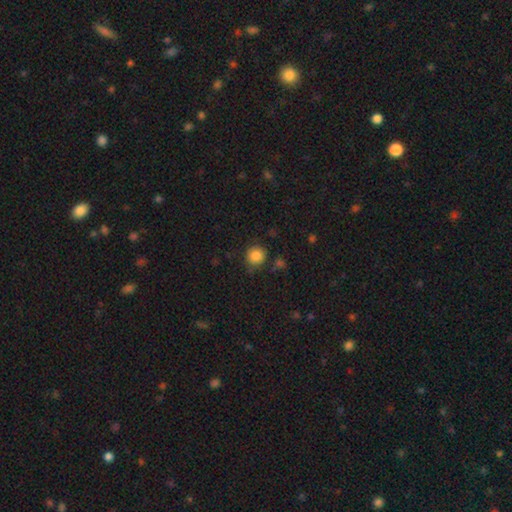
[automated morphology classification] Smooth or featured?
  - smooth: 85% *
  - star or artifact: 11%
  - featured or disk: 4%
How rounded?
  - round: 89% *
  - in between: 10%
  - cigar-shaped: 1%
Merging?
  - none: 78% *
  - minor disturbance: 14%
  - major disturbance: 4%
  - merger: 4%